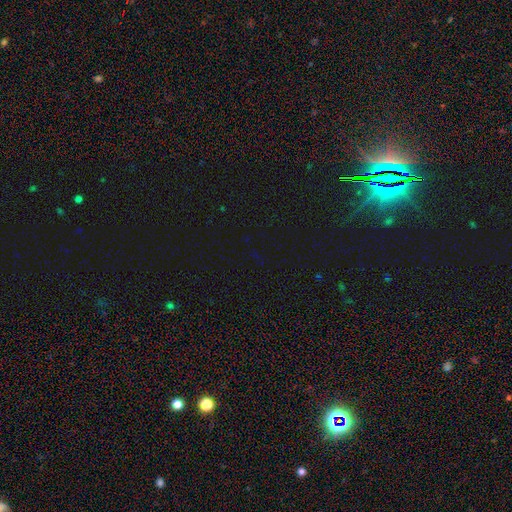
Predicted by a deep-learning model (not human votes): Smooth or featured? star or artifact (75%)